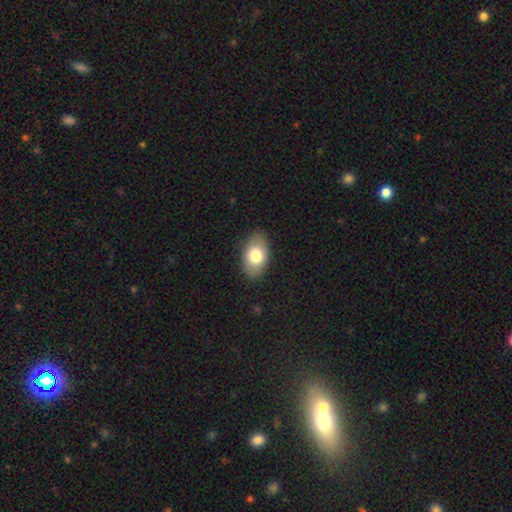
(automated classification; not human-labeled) A smooth galaxy with no disk features (76%) that is in between round and cigar-shaped (91%). Merging: none (83%).